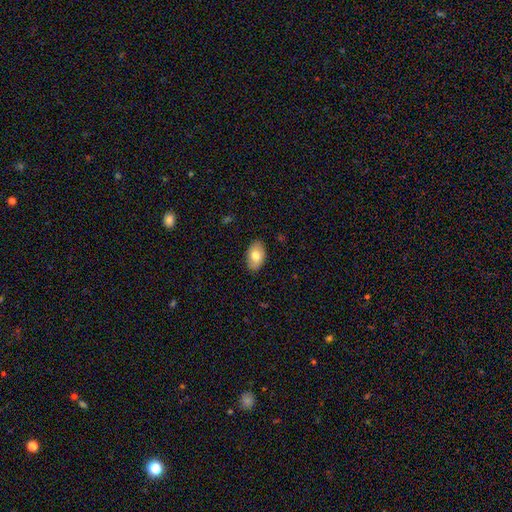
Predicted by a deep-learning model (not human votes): This is likely a smooth galaxy (75%). How rounded: clearly in between (92%). Merging: clearly none (86%).